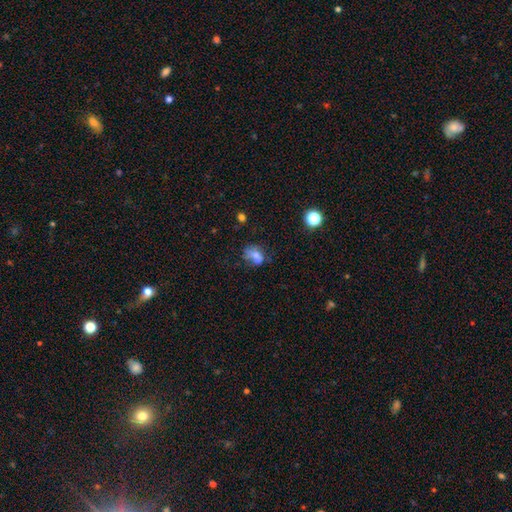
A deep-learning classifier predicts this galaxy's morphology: This is possibly a smooth galaxy (60%). How rounded: likely in between (66%). Merging: marginally none (44%).